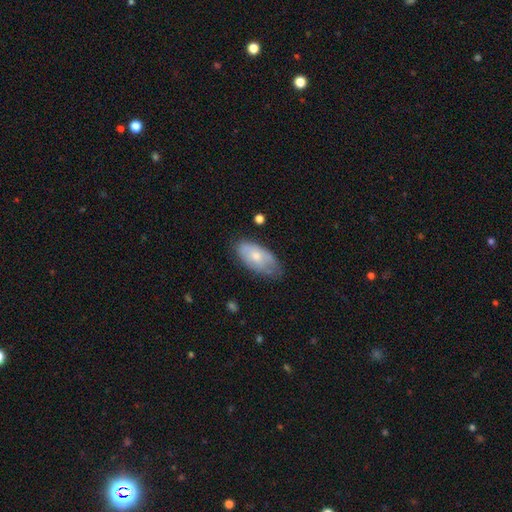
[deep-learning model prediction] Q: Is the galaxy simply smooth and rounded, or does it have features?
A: smooth — 64%.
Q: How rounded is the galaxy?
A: in between — 93%.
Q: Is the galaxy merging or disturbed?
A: none — 59%.